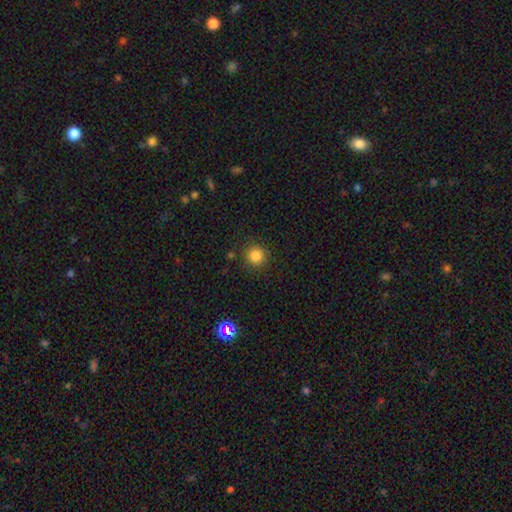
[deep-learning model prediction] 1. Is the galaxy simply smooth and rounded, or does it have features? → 84% smooth, 12% star or artifact, 5% featured or disk.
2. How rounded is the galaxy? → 94% round, 5% in between, 1% cigar-shaped.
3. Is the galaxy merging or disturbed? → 89% none, 7% minor disturbance, 2% major disturbance, 2% merger.